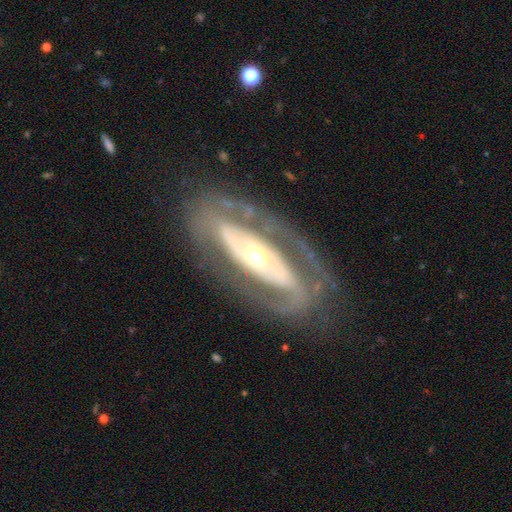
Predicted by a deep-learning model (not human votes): The model was most divided on "bulge size": small: 46%, moderate: 45%, large: 7%, dominant: 2%, none: 1%. Remaining: edge-on disk — no (88%); smooth or featured — featured or disk (83%); merging — none (72%); spiral arms — yes (71%); spiral arm count — 2 (70%); bar — no (51%); spiral winding — tight (49%).